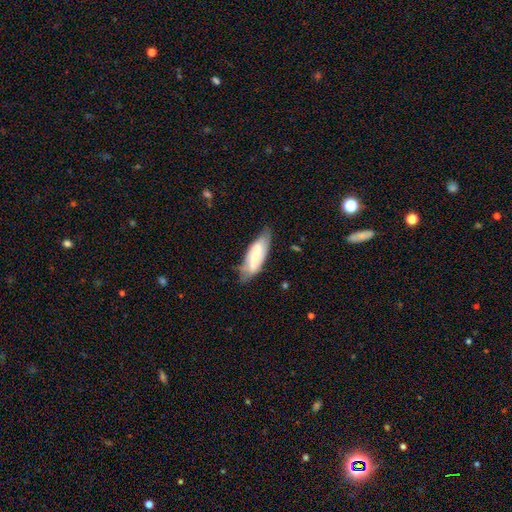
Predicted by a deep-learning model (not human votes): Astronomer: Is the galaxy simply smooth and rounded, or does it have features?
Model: featured or disk — 55% (runner-up: smooth, 39%).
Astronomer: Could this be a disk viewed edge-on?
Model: no — 85%.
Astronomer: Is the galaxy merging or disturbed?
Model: none — 68%.